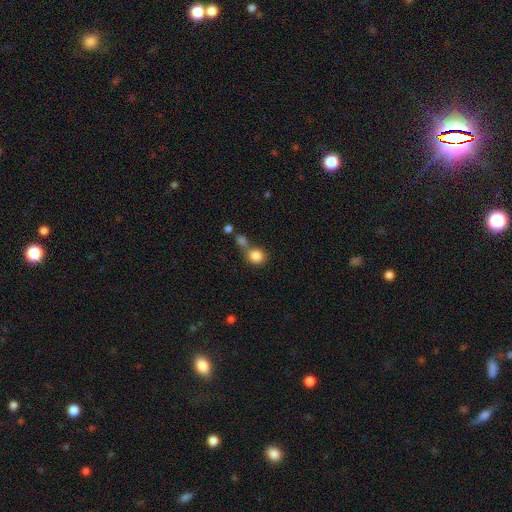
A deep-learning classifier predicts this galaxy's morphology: Overall: smooth (84%). How rounded: round (85%). Merging: none (49%; merger 36%).